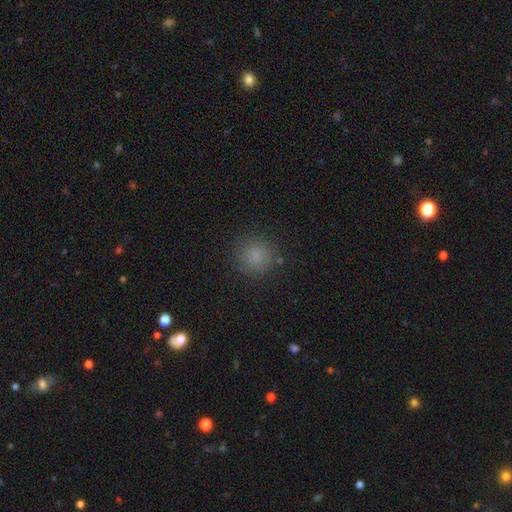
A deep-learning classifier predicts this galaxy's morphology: Overall: smooth (81%). How rounded: round (93%). Merging: none (86%).